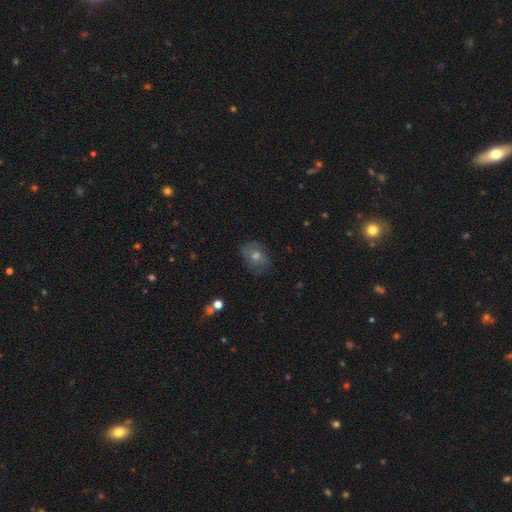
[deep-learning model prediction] A smooth galaxy with no disk features (52%) that is in between round and cigar-shaped (61%). Merging: none (77%).